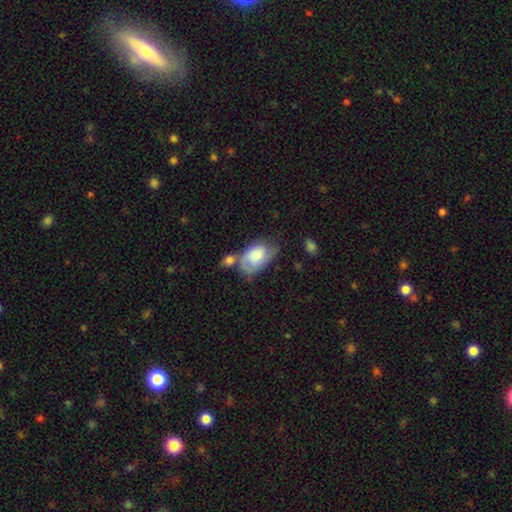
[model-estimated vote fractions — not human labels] Smooth or featured?
  - smooth: 66% *
  - featured or disk: 28%
  - star or artifact: 6%
How rounded?
  - in between: 91% *
  - round: 7%
  - cigar-shaped: 2%
Merging?
  - none: 32% *
  - minor disturbance: 28%
  - merger: 23%
  - major disturbance: 17%